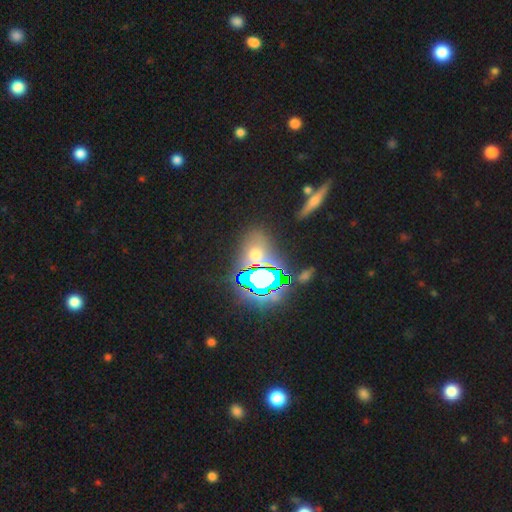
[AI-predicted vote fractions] Smooth or featured? Predicted: star or artifact (p=0.48).